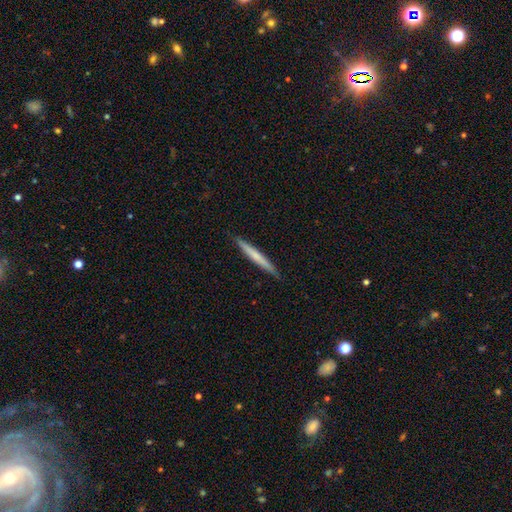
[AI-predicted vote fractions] This appears to be a smooth galaxy with no disk features (55%) that is cigar-shaped (97%). Merging: none (90%).